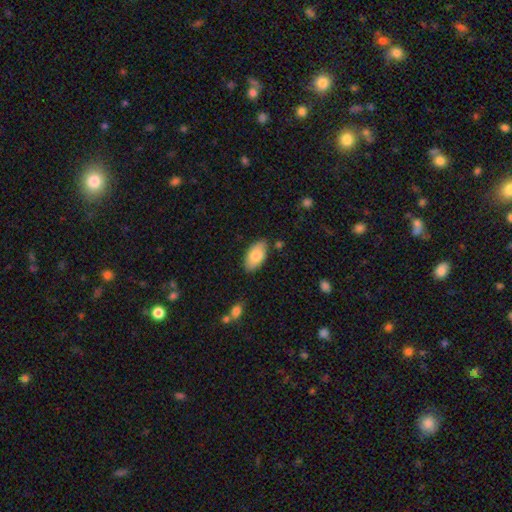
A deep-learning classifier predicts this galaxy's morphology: The model was most divided on "smooth or featured": smooth: 80%, featured or disk: 13%, star or artifact: 6%. More confident: how rounded — in between (95%); merging — none (82%).